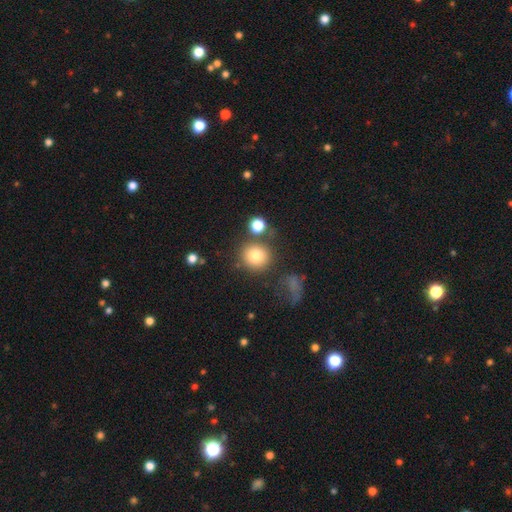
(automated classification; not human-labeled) smooth_or_featured: smooth (p=0.79) [alt: star or artifact p=0.11]
how_rounded: round (p=0.90) [alt: in between p=0.09]
merging: none (p=0.75) [alt: merger p=0.10]